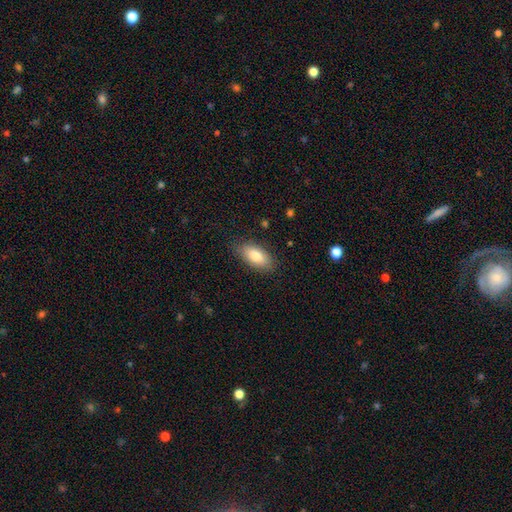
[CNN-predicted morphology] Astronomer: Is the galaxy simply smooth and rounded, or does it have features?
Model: smooth — 82%.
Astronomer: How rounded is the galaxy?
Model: in between — 89%.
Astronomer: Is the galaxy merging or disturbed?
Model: none — 83%.